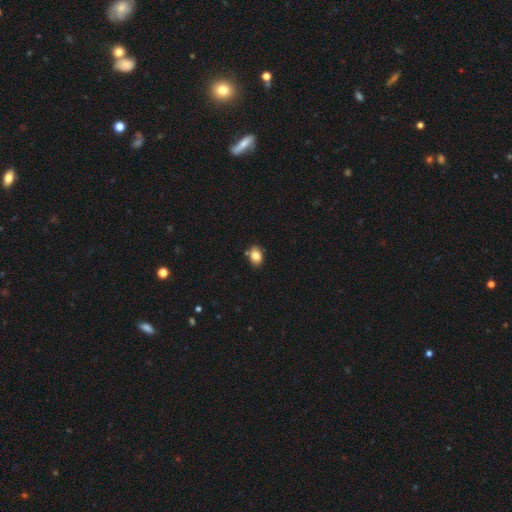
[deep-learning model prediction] Morphology: type=smooth (83%); roundness=in between (71%); merging=none (79%).